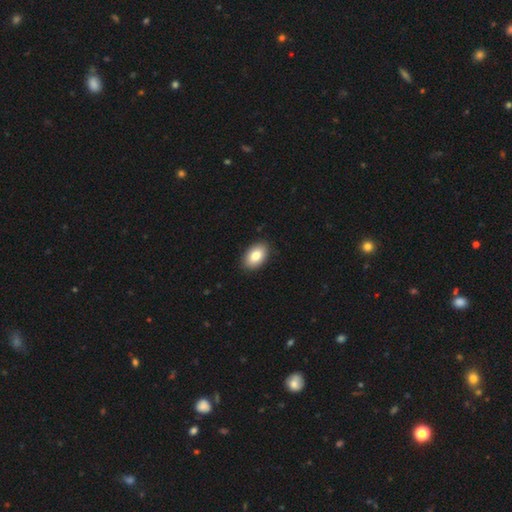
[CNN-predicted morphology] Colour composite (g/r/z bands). It shows a smooth galaxy with no disk features (83%) that is in between round and cigar-shaped (91%). Merging: none (90%).